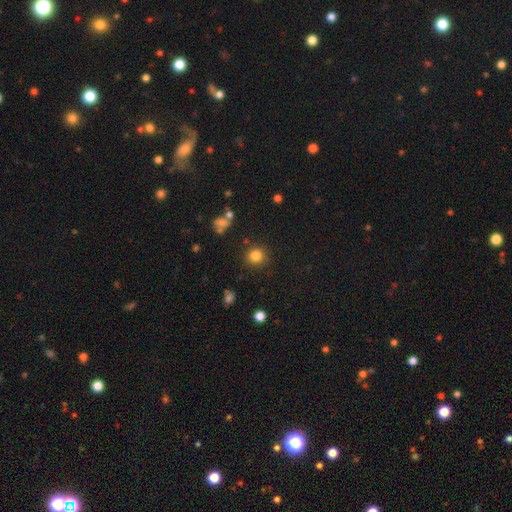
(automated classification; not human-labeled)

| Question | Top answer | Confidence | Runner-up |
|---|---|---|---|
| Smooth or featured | smooth | 83% | star or artifact (12%) |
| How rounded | round | 91% | in between (8%) |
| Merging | none | 86% | minor disturbance (8%) |